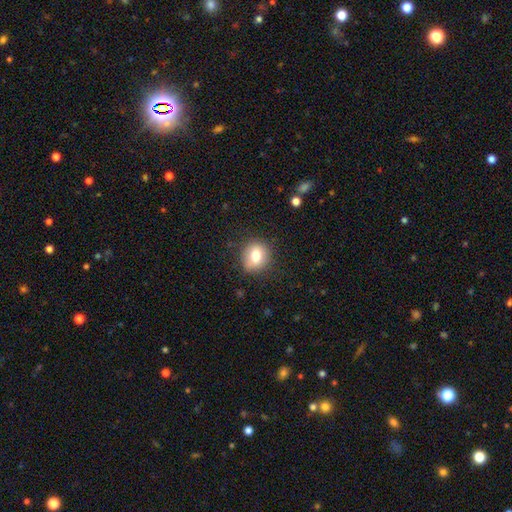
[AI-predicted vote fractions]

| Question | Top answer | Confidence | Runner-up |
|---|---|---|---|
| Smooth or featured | smooth | 77% | featured or disk (13%) |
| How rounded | round | 74% | in between (25%) |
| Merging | none | 84% | minor disturbance (12%) |